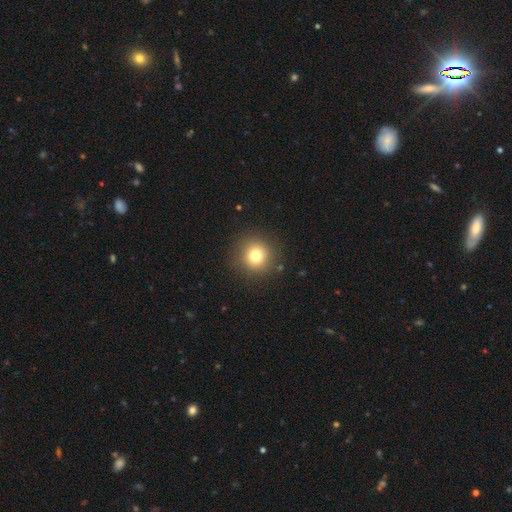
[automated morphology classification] Q: Smooth or featured?
A: smooth (76%); runner-up: star or artifact (14%)
Q: How rounded?
A: round (94%); runner-up: in between (5%)
Q: Merging?
A: none (89%); runner-up: minor disturbance (7%)